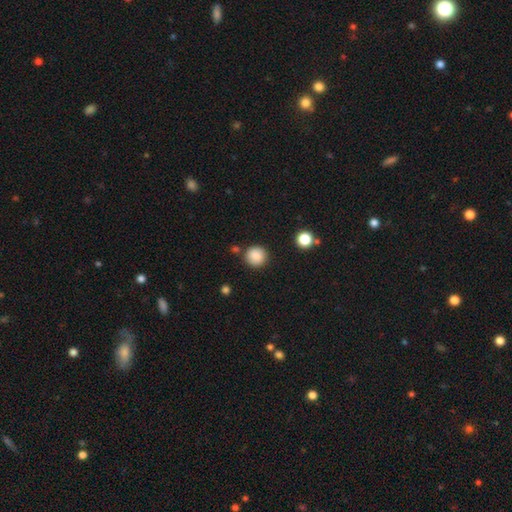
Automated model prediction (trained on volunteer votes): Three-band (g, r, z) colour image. It shows a smooth galaxy with no disk features (87%) that is round (94%). Merging: none (86%).